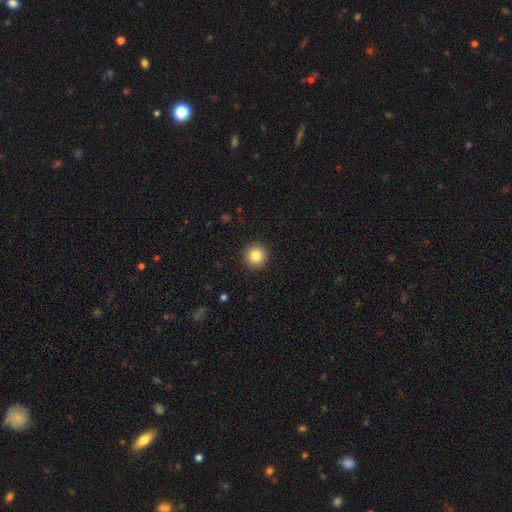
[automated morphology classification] Smooth or featured?
  - smooth: 84% *
  - star or artifact: 10%
  - featured or disk: 6%
How rounded?
  - round: 95% *
  - in between: 4%
  - cigar-shaped: 1%
Merging?
  - none: 93% *
  - minor disturbance: 5%
  - major disturbance: 2%
  - merger: 1%